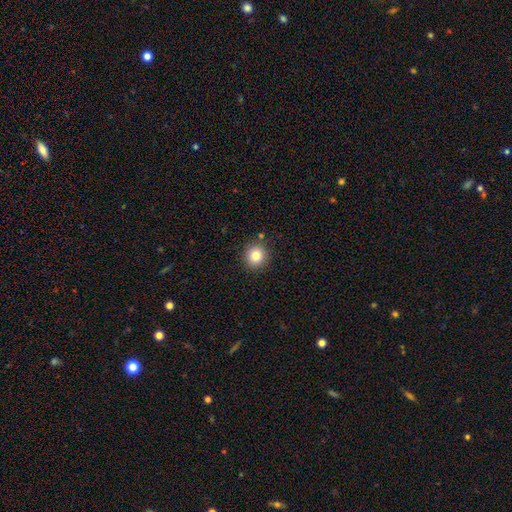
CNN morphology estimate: The model was most divided on "smooth or featured": smooth: 82%, star or artifact: 11%, featured or disk: 7%. More confident: how rounded — round (91%); merging — none (88%).